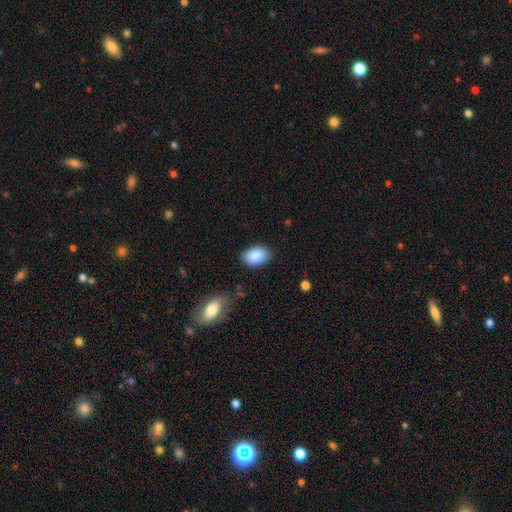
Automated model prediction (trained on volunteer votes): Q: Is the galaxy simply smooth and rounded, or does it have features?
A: smooth — 88%.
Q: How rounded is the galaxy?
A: in between — 90%.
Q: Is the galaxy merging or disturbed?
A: none — 83%.